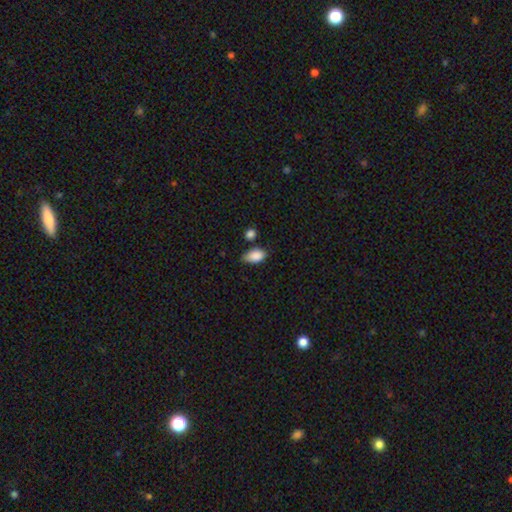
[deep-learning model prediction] Smooth or featured? smooth (88%)
How rounded? in between (91%)
Merging? none (53%)